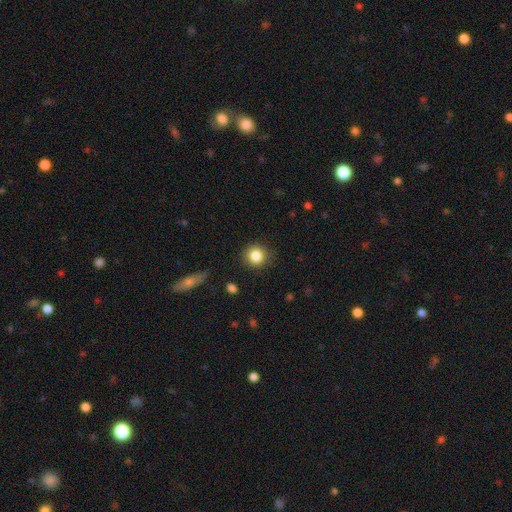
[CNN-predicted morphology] smooth 85%, star or artifact 10%, featured or disk 6%. Down the decision tree: how rounded — round (90%); merging — none (88%).